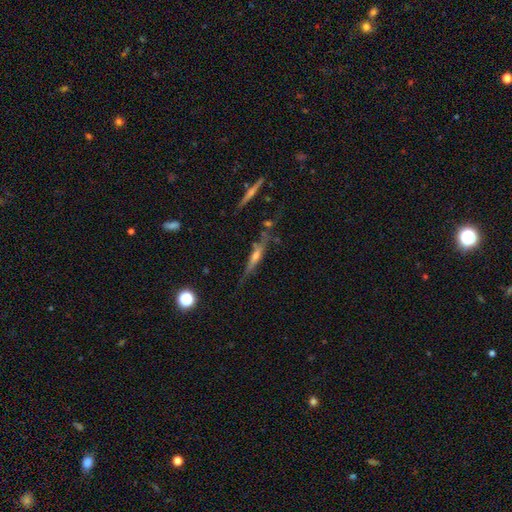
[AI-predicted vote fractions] This is likely a featured or disk galaxy (66%). It is clearly viewed edge-on (92%). Edge-on bulge: likely rounded (65%). Merging: likely none (68%).